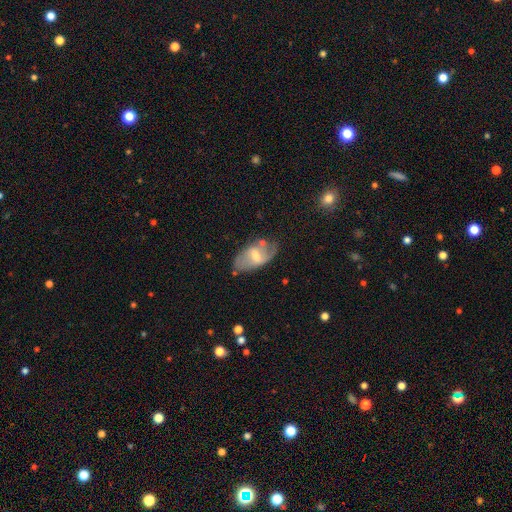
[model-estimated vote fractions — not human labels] Morphology: type=featured or disk (56%); edge-on=no (92%); bar=weak (52%); spiral arms=yes (64%); bulge=moderate (53%); merging=none (56%).